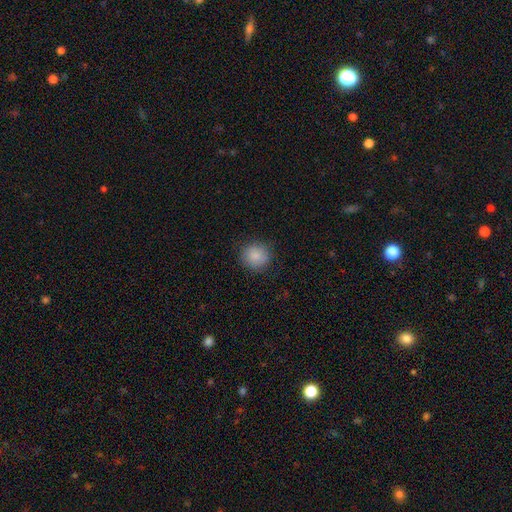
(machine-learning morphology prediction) This is clearly a smooth galaxy (85%). How rounded: clearly round (90%). Merging: clearly none (86%).